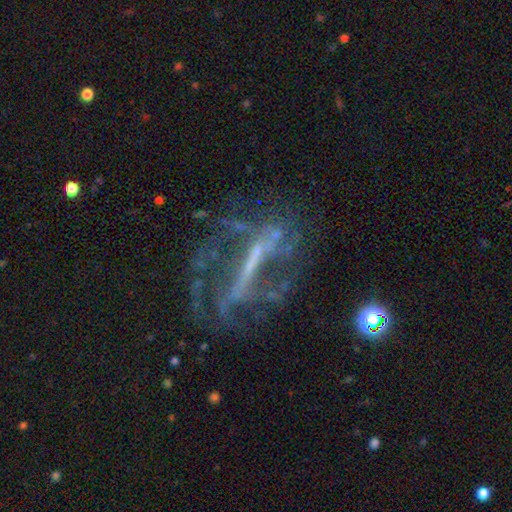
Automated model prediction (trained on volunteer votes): Smooth or featured? Predicted: featured or disk (p=0.76). Edge-on disk? Predicted: no (p=0.75). Bar? Predicted: strong (p=0.68). Spiral arms? Predicted: yes (p=0.64). Bulge size? Predicted: none (p=0.51). Merging? Predicted: none (p=0.53).